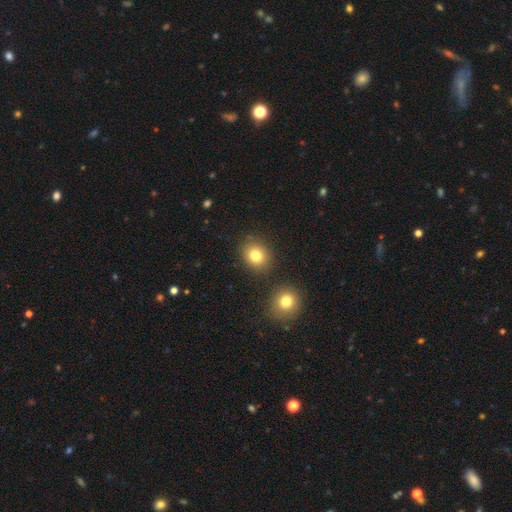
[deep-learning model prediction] Smooth or featured? Predicted: smooth (p=0.80). How rounded? Predicted: round (p=0.70). Merging? Predicted: none (p=0.82).